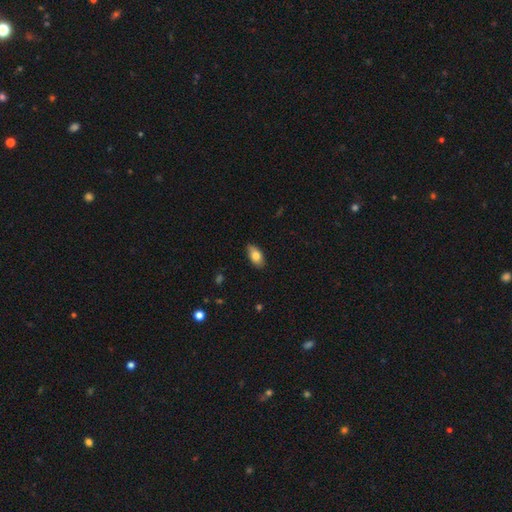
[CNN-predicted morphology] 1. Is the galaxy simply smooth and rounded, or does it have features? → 79% smooth, 15% featured or disk, 7% star or artifact.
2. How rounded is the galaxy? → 91% in between, 6% cigar-shaped, 4% round.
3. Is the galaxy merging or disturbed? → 85% none, 12% minor disturbance, 2% major disturbance, 1% merger.